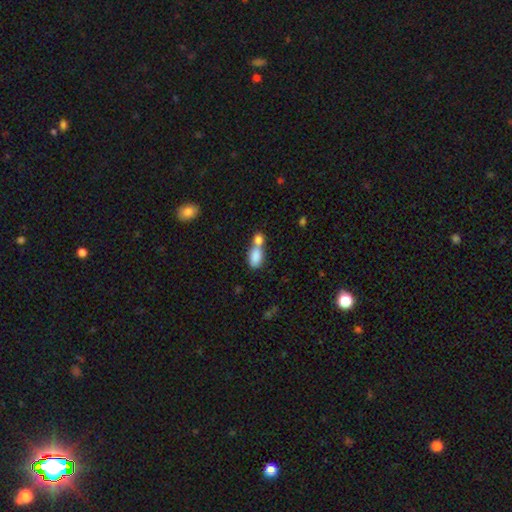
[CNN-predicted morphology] type=smooth (83%); roundness=in between (86%); merging=merger (63%).